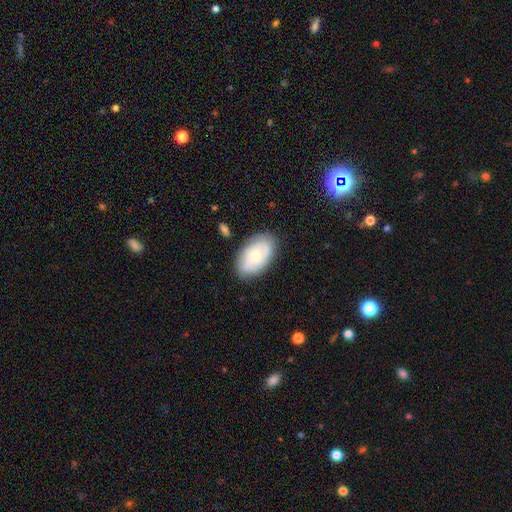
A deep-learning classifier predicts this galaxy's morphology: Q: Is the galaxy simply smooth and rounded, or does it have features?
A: featured or disk — 59%.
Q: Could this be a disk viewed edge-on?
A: no — 95%.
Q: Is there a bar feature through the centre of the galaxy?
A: no — 69%.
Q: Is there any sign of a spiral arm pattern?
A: yes — 76%.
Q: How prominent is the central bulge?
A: small — 58%.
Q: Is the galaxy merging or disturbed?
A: none — 77%.